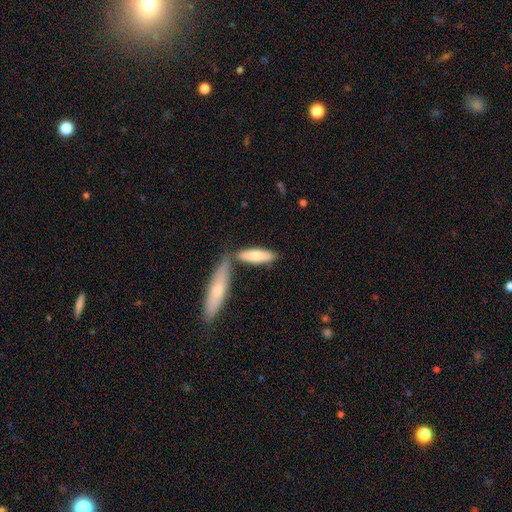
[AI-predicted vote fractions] Morphology: type=smooth (75%); roundness=cigar-shaped (61%); merging=none (59%).